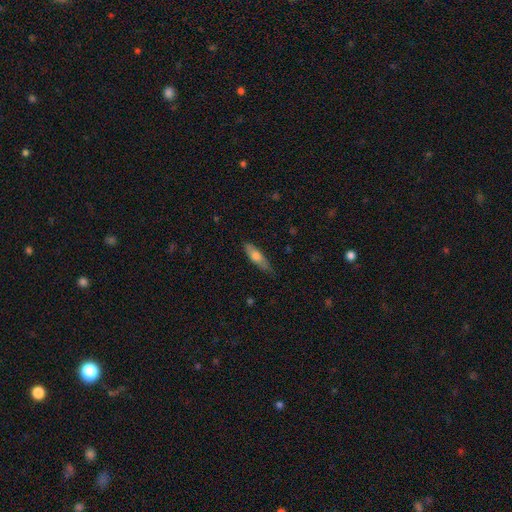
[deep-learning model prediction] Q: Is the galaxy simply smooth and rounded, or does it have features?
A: smooth — 68%.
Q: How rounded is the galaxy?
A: cigar-shaped — 55%.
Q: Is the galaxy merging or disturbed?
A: none — 74%.